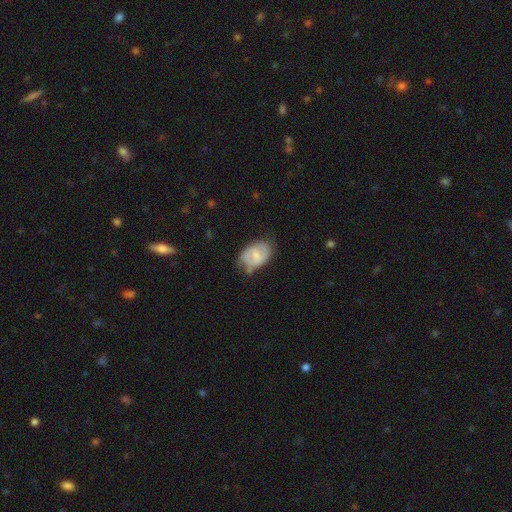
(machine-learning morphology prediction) This is possibly a smooth galaxy (50%). How rounded: clearly in between (85%). Merging: possibly none (47%).